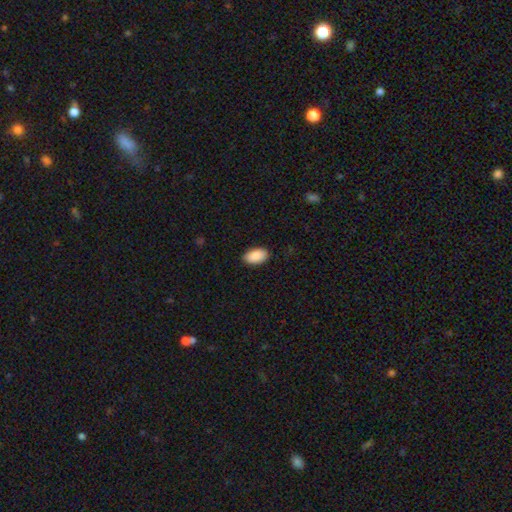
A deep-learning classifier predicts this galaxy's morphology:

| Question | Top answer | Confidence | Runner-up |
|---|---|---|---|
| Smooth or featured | smooth | 90% | star or artifact (6%) |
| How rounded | in between | 95% | round (4%) |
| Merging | none | 88% | minor disturbance (9%) |